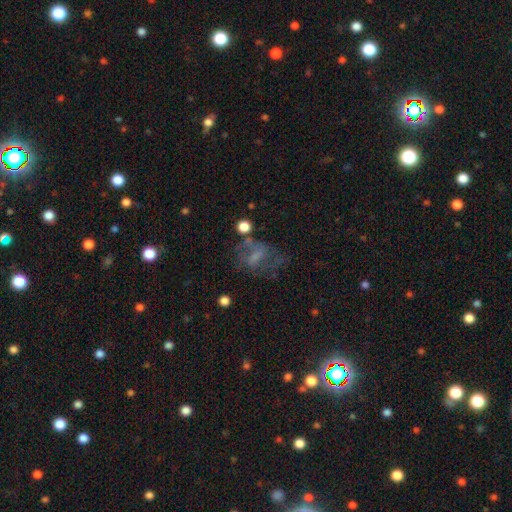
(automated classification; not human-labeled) A featured or disk galaxy (45%).

Vote fractions:
- Smooth or featured? featured or disk: 45% / smooth: 38% / star or artifact: 17%
- Merging? none: 37% / major disturbance: 35% / minor disturbance: 20% / merger: 8%